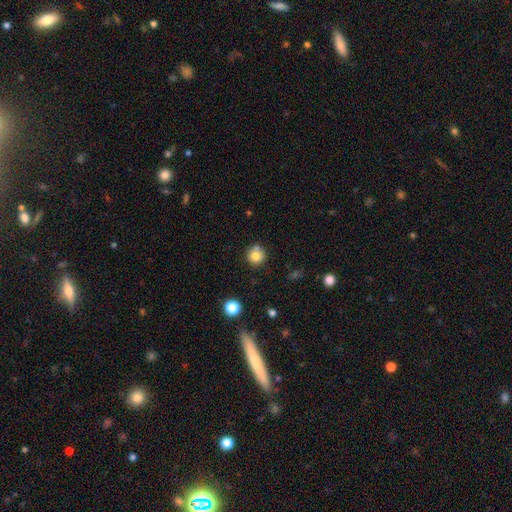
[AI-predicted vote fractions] This appears to be a smooth galaxy with no disk features (80%) that is round (92%). Merging: none (72%).